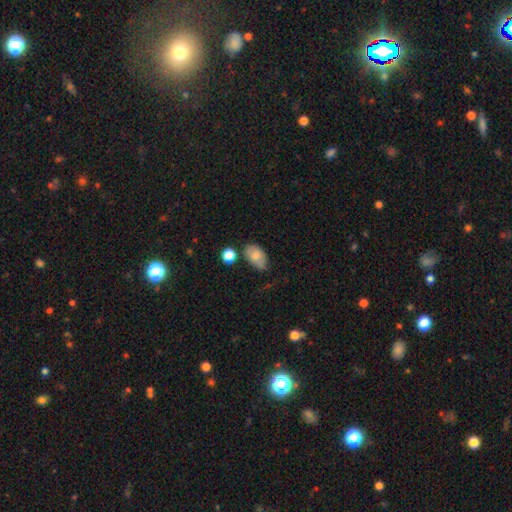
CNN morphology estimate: Overall: smooth (79%). How rounded: in between (90%). Merging: none (56%; minor disturbance 29%).